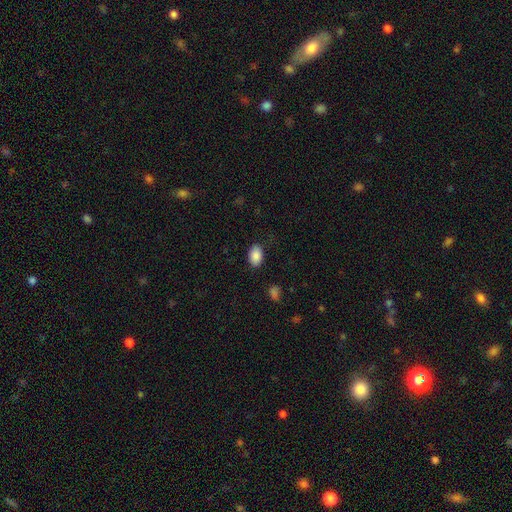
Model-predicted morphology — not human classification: smooth_or_featured: smooth (p=0.88) [alt: star or artifact p=0.08]
how_rounded: in between (p=0.86) [alt: round p=0.12]
merging: none (p=0.83) [alt: minor disturbance p=0.13]